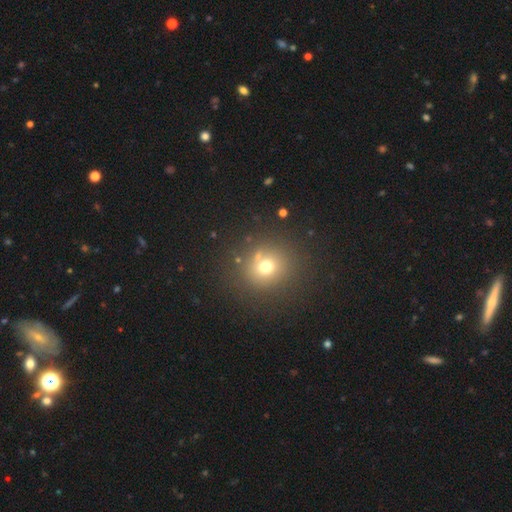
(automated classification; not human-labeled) Q: Smooth or featured?
A: smooth (57%); runner-up: star or artifact (34%)
Q: How rounded?
A: round (92%); runner-up: in between (7%)
Q: Merging?
A: none (90%); runner-up: minor disturbance (5%)